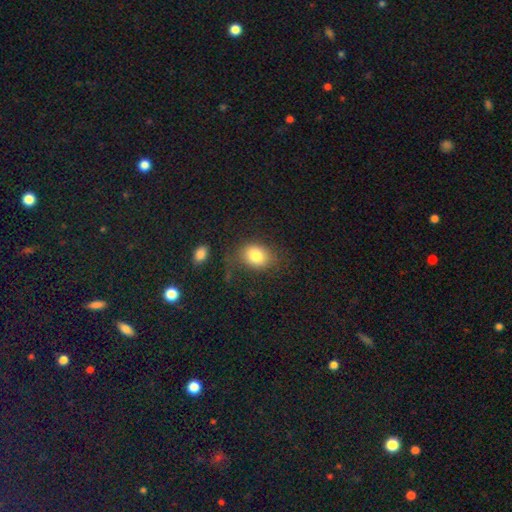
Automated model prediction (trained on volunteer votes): Morphology: type=smooth (82%); roundness=in between (61%); merging=none (66%).